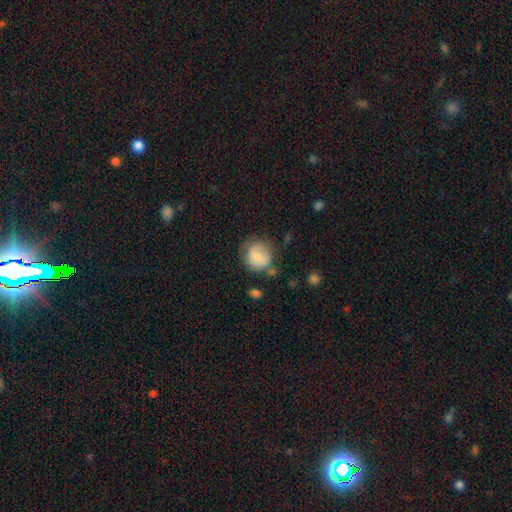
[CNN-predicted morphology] type=smooth (63%); roundness=round (80%); merging=none (59%).